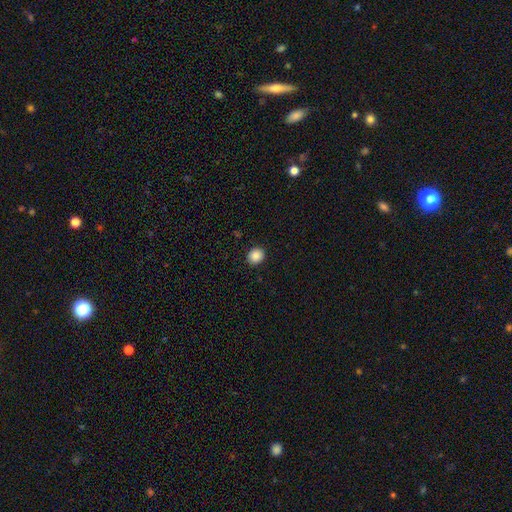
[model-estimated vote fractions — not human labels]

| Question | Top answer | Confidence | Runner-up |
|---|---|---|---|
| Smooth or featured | smooth | 88% | star or artifact (9%) |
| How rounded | round | 73% | in between (26%) |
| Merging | none | 91% | minor disturbance (6%) |